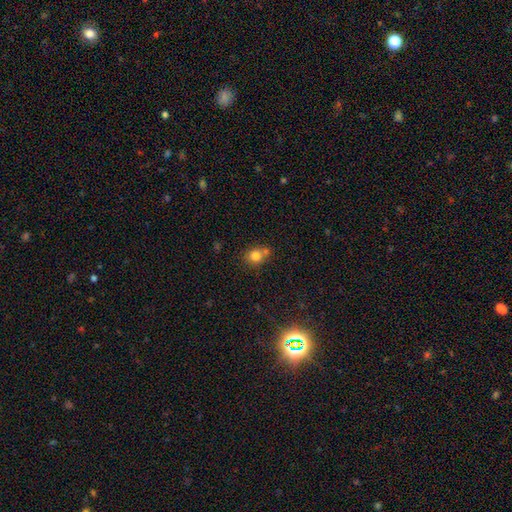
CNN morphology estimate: A smooth galaxy with no disk features (79%) that is round (76%). Merging: none (54%).